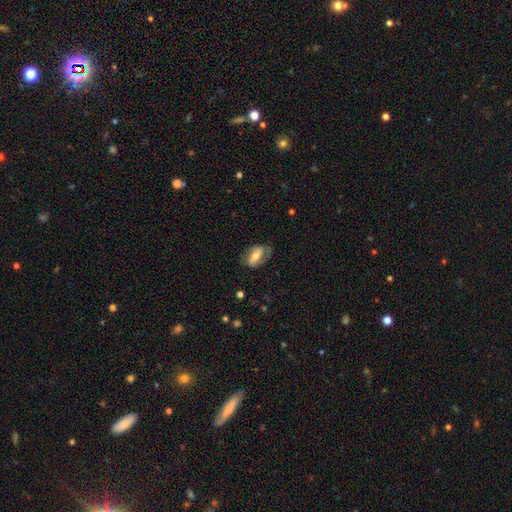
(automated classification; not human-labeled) A featured or disk galaxy (56%) with a strong bar (50%), spiral arms (66%) and a moderate central bulge (58%). Merging: none (67%).